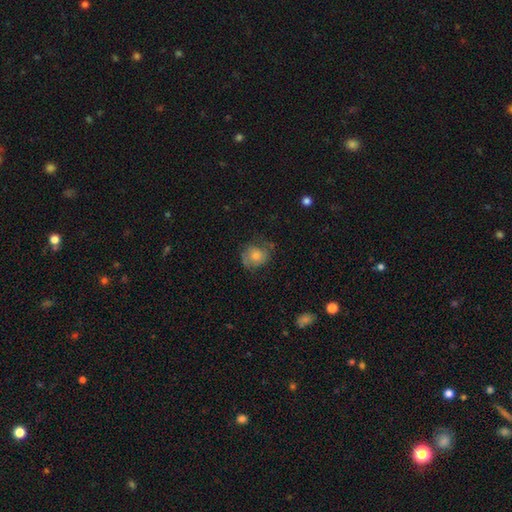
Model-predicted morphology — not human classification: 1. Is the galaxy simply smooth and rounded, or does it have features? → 63% smooth, 28% featured or disk, 9% star or artifact.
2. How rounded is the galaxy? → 72% round, 27% in between, 1% cigar-shaped.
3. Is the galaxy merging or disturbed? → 55% none, 28% minor disturbance, 15% major disturbance, 2% merger.